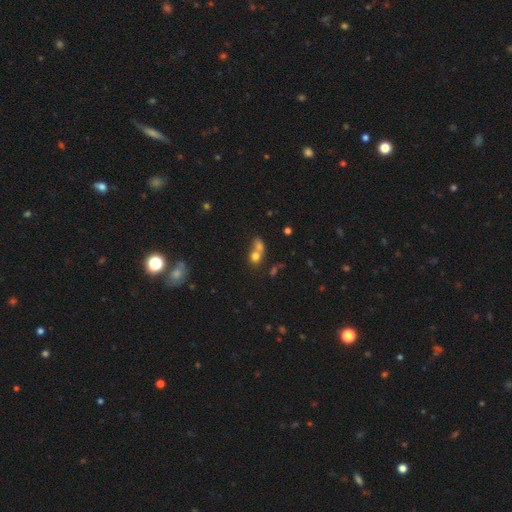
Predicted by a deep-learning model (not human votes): This appears to be a smooth galaxy with no disk features (71%) that is round (66%). Merging: merger (61%).